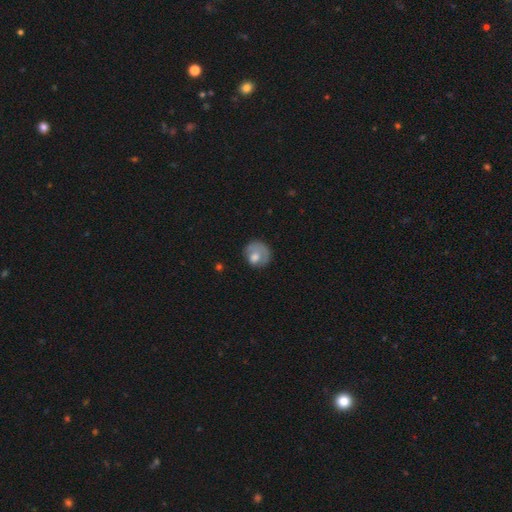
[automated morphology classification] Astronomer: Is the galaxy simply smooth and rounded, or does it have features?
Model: smooth — 63%.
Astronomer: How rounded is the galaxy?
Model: round — 76%.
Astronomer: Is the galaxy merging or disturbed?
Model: none — 49% (runner-up: minor disturbance, 26%).